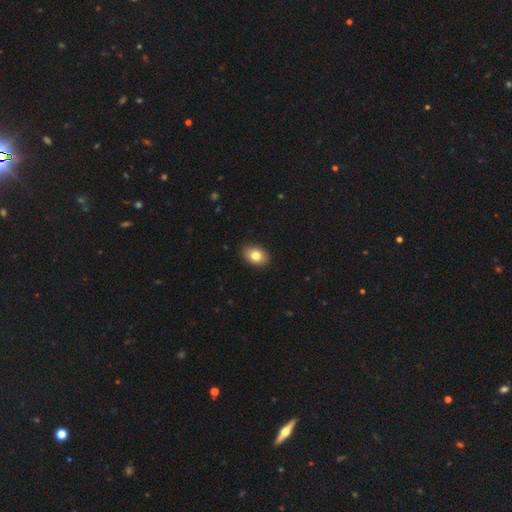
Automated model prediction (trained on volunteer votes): Morphology: type=smooth (80%); roundness=in between (77%); merging=none (89%).